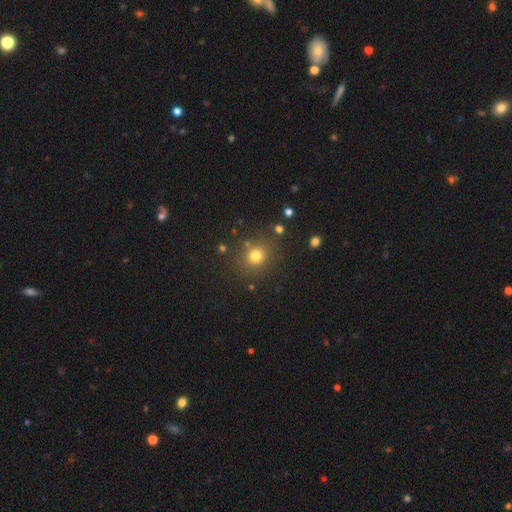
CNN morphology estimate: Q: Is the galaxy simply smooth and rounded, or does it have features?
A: smooth — 76%.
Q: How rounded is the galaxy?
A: round — 82%.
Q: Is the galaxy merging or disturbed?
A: none — 82%.